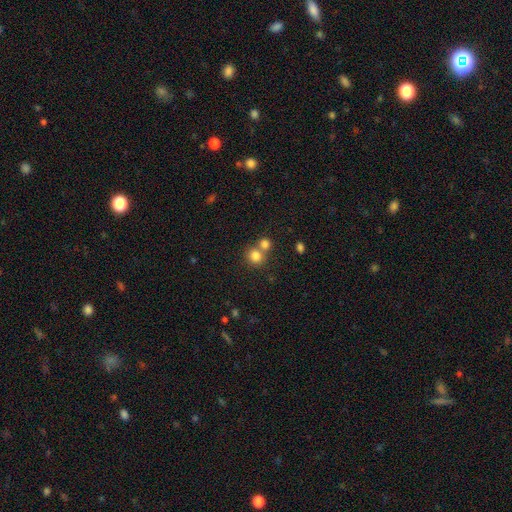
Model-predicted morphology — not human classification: The model was most divided on "merging": none: 52%, merger: 38%, minor disturbance: 7%, major disturbance: 3%. More confident: how rounded — round (83%); smooth or featured — smooth (80%).